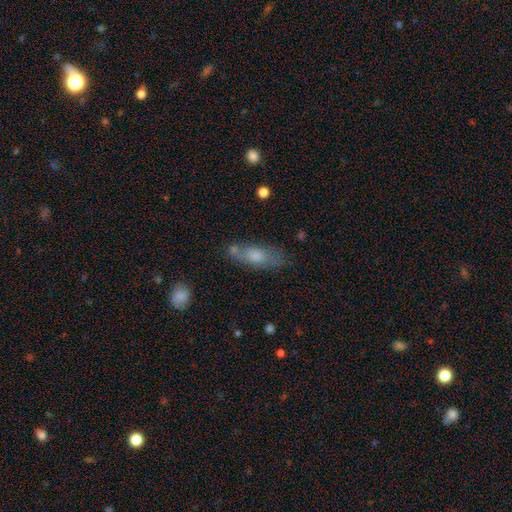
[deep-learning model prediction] Smooth or featured? Predicted: smooth (p=0.65). How rounded? Predicted: in between (p=0.66). Merging? Predicted: none (p=0.59).